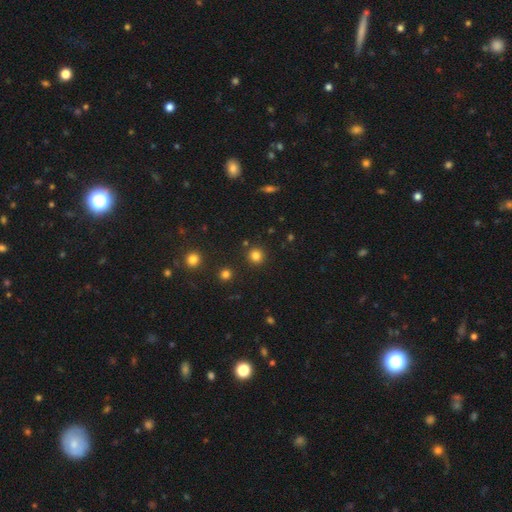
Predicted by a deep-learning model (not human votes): Smooth or featured? smooth (82%)
How rounded? round (92%)
Merging? none (89%)